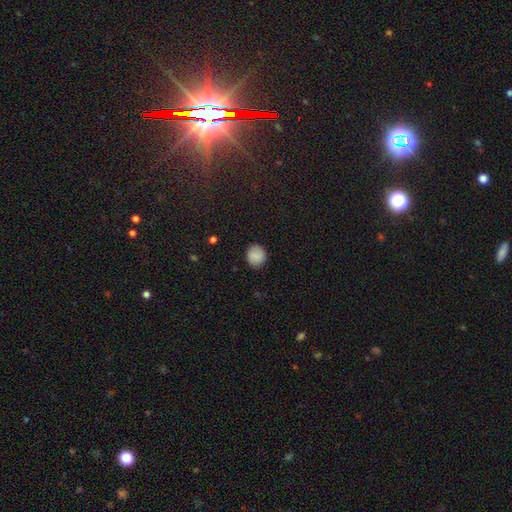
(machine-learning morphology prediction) A smooth galaxy with no disk features (87%) that is round (89%). Merging: none (89%).